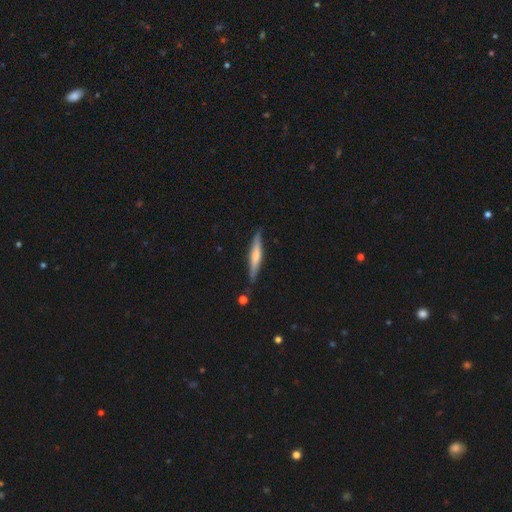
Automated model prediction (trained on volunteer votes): Smooth or featured? smooth (50%)
How rounded? cigar-shaped (91%)
Merging? none (83%)